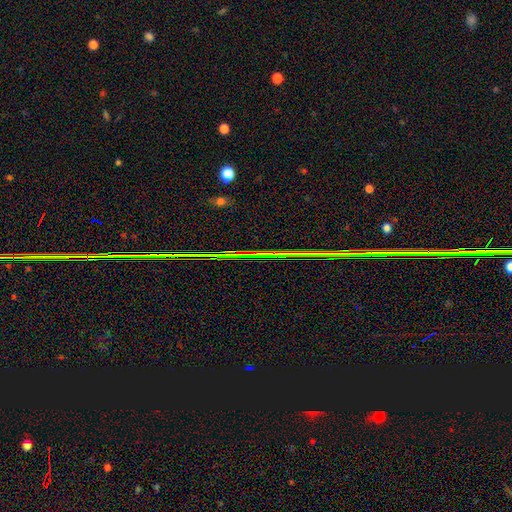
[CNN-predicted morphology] The model was most divided on "smooth or featured": star or artifact: 85%, featured or disk: 8%, smooth: 7%.